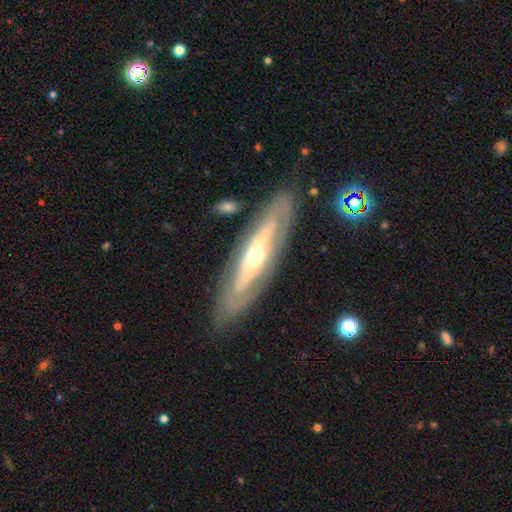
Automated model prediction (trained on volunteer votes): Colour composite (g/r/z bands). It shows a featured or disk galaxy (74%). Merging: none (81%).